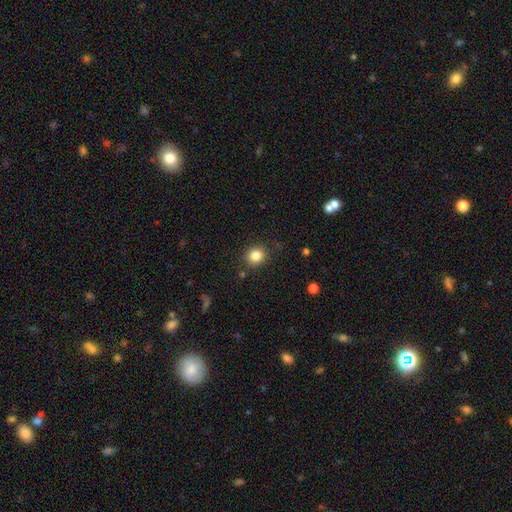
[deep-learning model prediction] Overall: smooth (84%). How rounded: round (80%). Merging: none (87%).